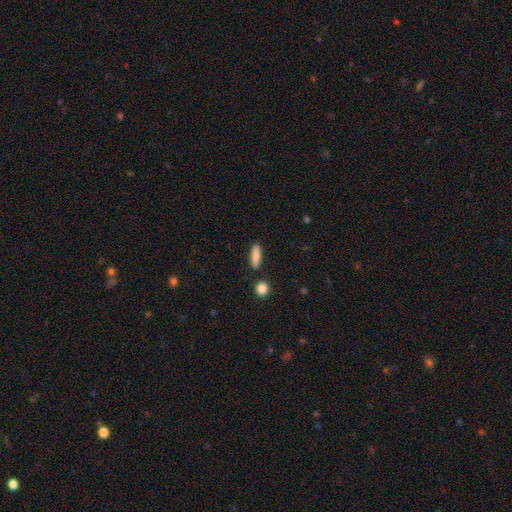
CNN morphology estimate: Smooth or featured: smooth — 84% (featured or disk — 9%)
How rounded: cigar-shaped — 65% (in between — 32%)
Merging: none — 87% (minor disturbance — 8%)